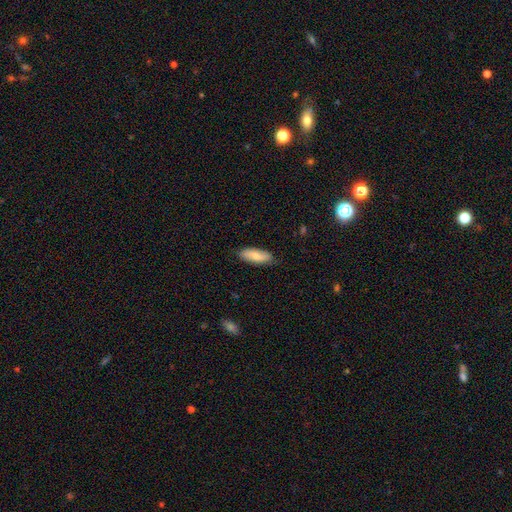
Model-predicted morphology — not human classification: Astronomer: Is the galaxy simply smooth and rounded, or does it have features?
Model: smooth — 77%.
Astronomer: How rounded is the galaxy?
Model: in between — 74%.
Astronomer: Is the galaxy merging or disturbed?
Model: none — 82%.